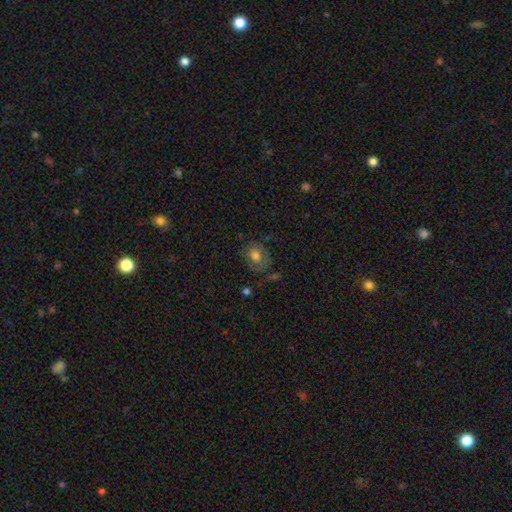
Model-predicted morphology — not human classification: Overall: smooth (59%; featured or disk 31%). How rounded: round (56%; in between 43%). Merging: none (61%; minor disturbance 23%).